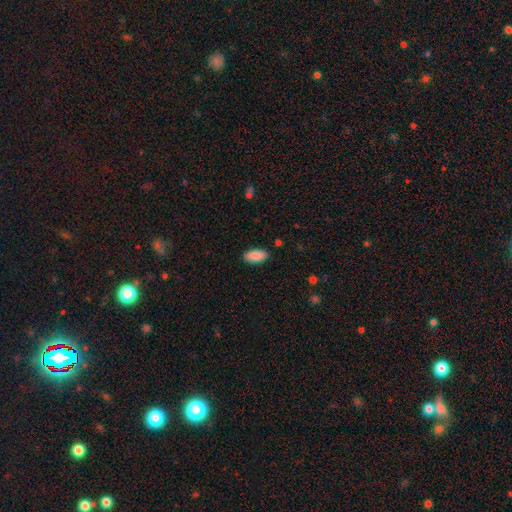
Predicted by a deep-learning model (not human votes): smooth 89%, star or artifact 6%, featured or disk 5%. Down the decision tree: how rounded — in between (92%); merging — none (87%).